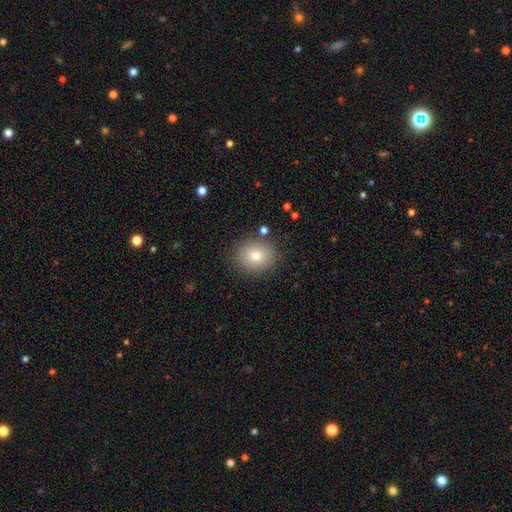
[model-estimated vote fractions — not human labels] A smooth galaxy with no disk features (77%) that is round (65%).

Vote fractions:
- Smooth or featured? smooth: 77% / featured or disk: 12% / star or artifact: 11%
- How rounded? round: 65% / in between: 34% / cigar-shaped: 1%
- Merging? none: 87% / minor disturbance: 9% / major disturbance: 3% / merger: 2%